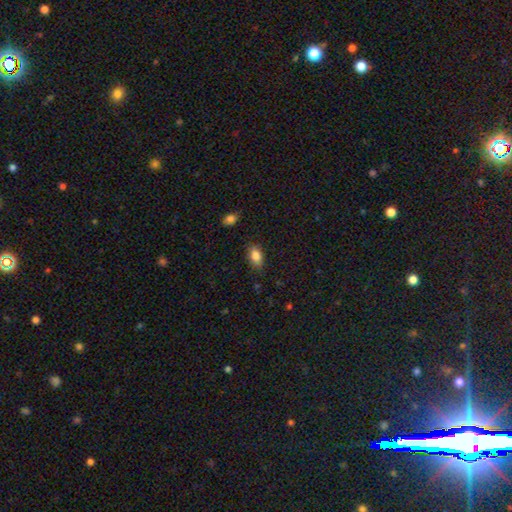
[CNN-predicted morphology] type=smooth (85%); roundness=in between (89%); merging=none (81%).